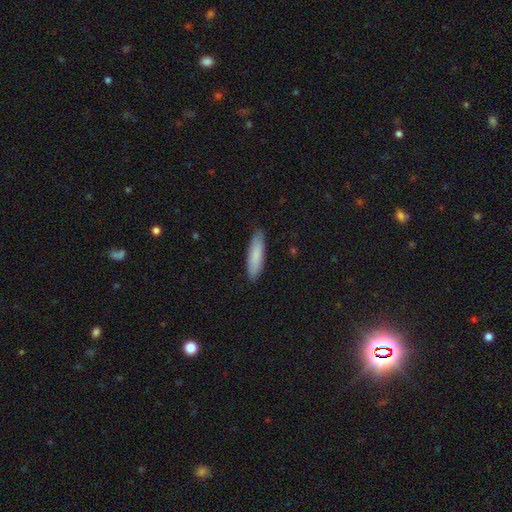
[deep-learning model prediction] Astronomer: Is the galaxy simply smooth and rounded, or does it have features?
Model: smooth — 84%.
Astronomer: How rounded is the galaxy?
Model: cigar-shaped — 67%.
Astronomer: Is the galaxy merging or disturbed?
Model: none — 88%.